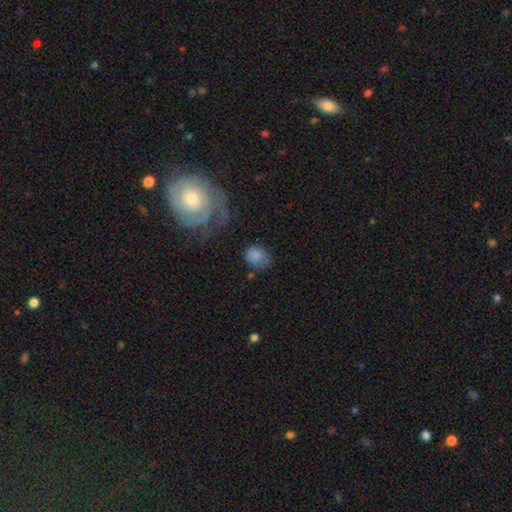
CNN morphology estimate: Smooth or featured? Predicted: smooth (p=0.79). How rounded? Predicted: round (p=0.59). Merging? Predicted: none (p=0.61).